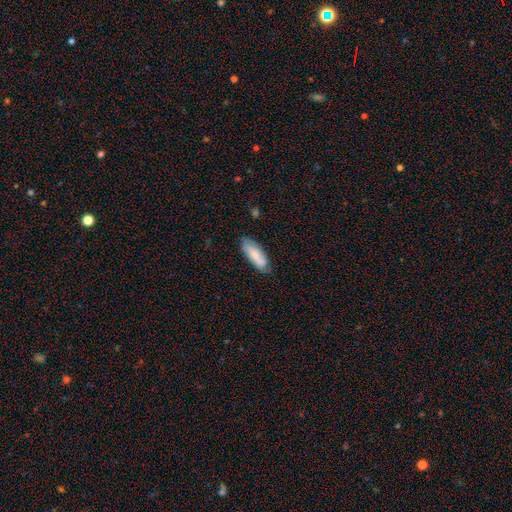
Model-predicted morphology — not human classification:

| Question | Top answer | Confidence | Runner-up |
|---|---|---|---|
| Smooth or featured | smooth | 75% | featured or disk (19%) |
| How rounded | in between | 70% | cigar-shaped (28%) |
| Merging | none | 72% | minor disturbance (22%) |